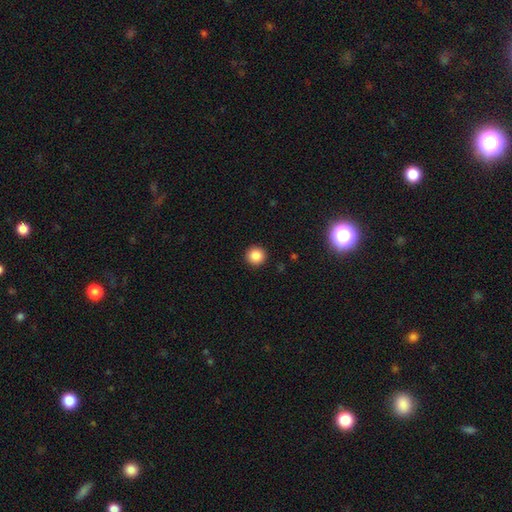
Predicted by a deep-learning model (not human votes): This appears to be a smooth galaxy with no disk features (86%) that is round (95%). Merging: none (93%).